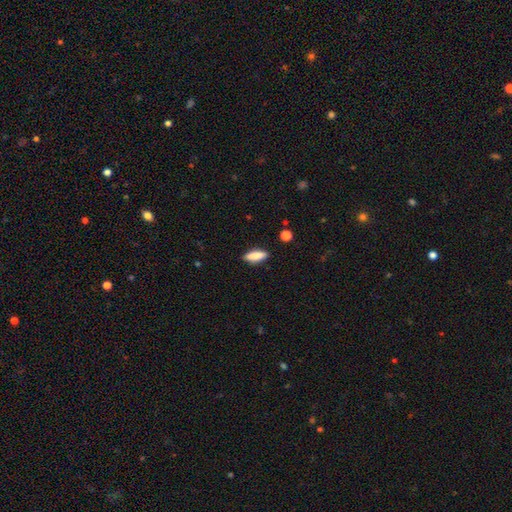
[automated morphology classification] This is clearly a smooth galaxy (84%). How rounded: possibly in between (56%). Merging: clearly none (88%).